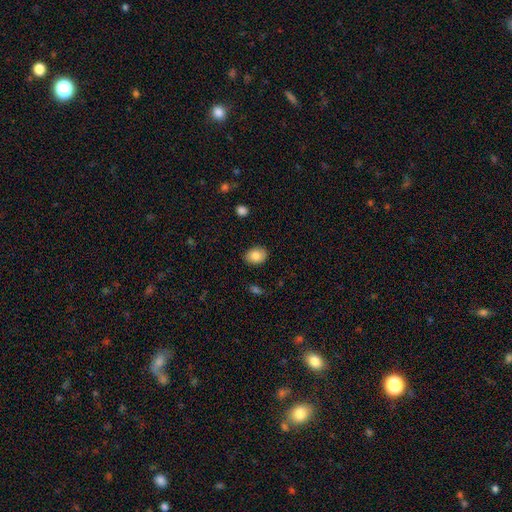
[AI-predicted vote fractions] This is clearly a smooth galaxy (85%). How rounded: likely in between (70%). Merging: clearly none (87%).